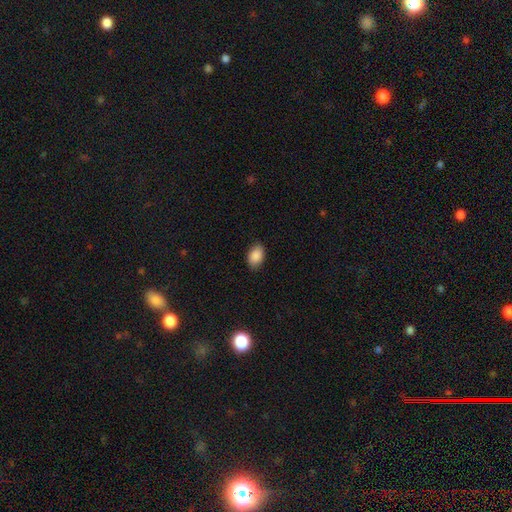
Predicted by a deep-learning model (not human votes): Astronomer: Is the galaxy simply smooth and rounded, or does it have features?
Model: smooth — 89%.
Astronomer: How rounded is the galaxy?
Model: in between — 89%.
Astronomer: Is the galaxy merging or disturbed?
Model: none — 86%.